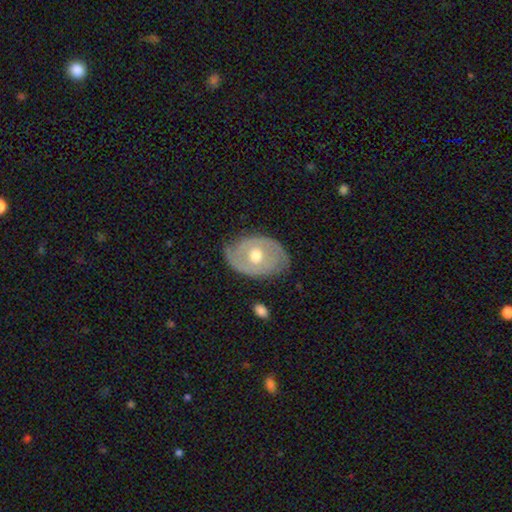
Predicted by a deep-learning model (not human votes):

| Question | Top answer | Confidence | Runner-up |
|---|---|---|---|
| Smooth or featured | featured or disk | 67% | smooth (27%) |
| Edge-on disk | no | 94% | yes (6%) |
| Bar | no | 71% | weak (23%) |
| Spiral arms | yes | 59% | no (41%) |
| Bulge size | moderate | 80% | small (12%) |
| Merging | none | 76% | minor disturbance (19%) |